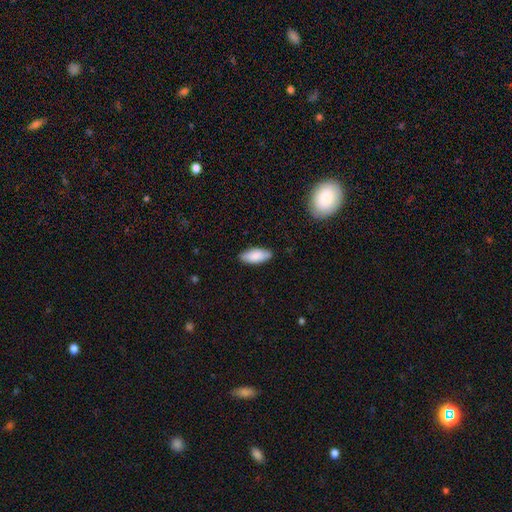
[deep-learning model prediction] This appears to be a smooth galaxy with no disk features (86%) that is in between round and cigar-shaped (83%). Merging: none (85%).